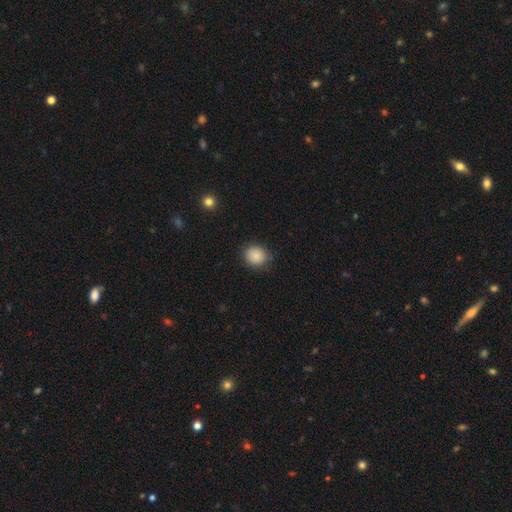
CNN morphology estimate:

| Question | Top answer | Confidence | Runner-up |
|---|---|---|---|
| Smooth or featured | smooth | 86% | star or artifact (9%) |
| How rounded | round | 78% | in between (21%) |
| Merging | none | 82% | minor disturbance (14%) |